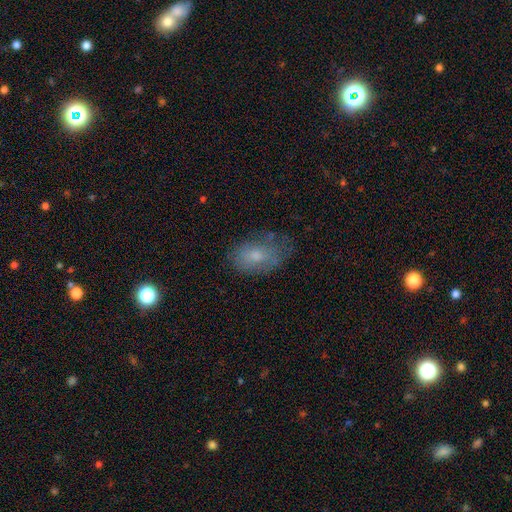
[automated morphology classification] smooth_or_featured: smooth (p=0.67) [alt: featured or disk p=0.24]
how_rounded: in between (p=0.89) [alt: round p=0.10]
merging: none (p=0.55) [alt: minor disturbance p=0.29]